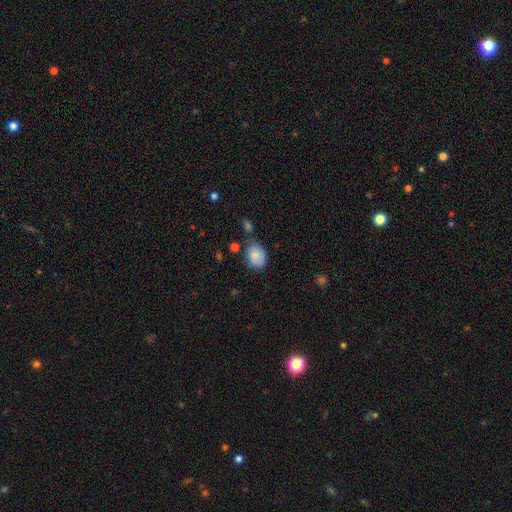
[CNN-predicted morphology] Q: Smooth or featured?
A: smooth (78%); runner-up: featured or disk (15%)
Q: How rounded?
A: in between (70%); runner-up: round (29%)
Q: Merging?
A: none (57%); runner-up: minor disturbance (28%)